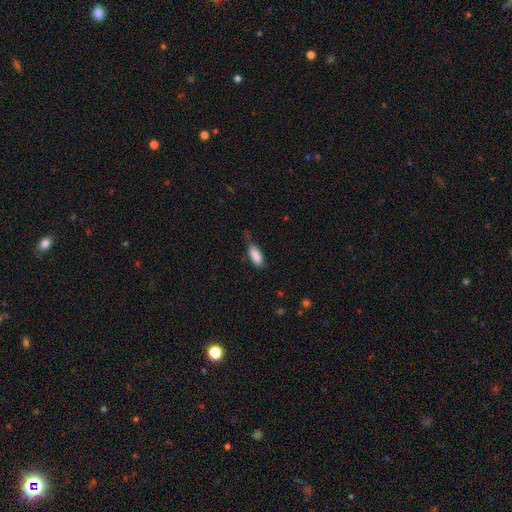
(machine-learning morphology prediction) A smooth galaxy with no disk features (87%) that is in between round and cigar-shaped (77%).

Vote fractions:
- Smooth or featured? smooth: 87% / star or artifact: 7% / featured or disk: 7%
- How rounded? in between: 77% / cigar-shaped: 21% / round: 2%
- Merging? none: 57% / minor disturbance: 32% / major disturbance: 8% / merger: 3%